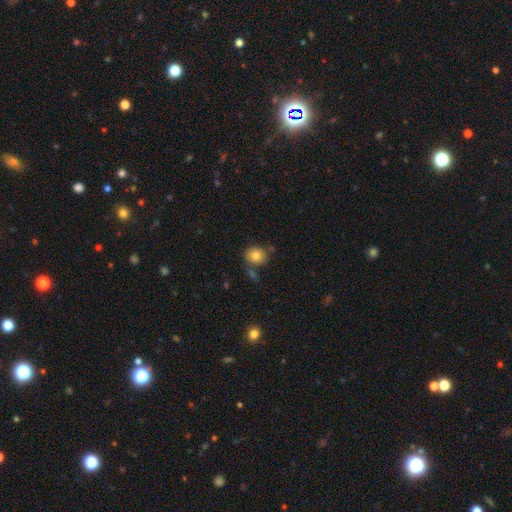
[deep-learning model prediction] smooth_or_featured: smooth (p=0.81) [alt: star or artifact p=0.10]
how_rounded: round (p=0.81) [alt: in between p=0.18]
merging: none (p=0.68) [alt: minor disturbance p=0.15]